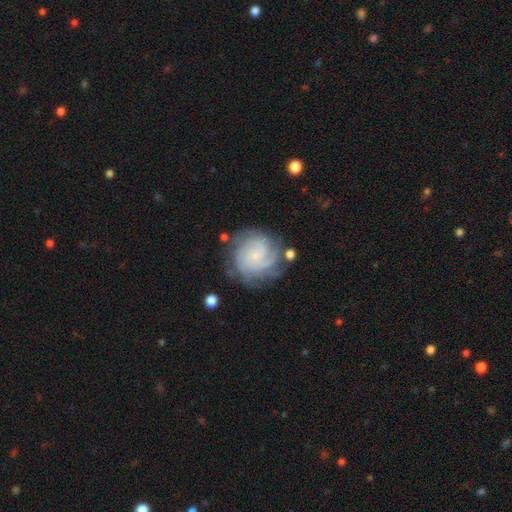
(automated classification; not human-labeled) Smooth or featured? Predicted: featured or disk (p=0.82). Edge-on disk? Predicted: no (p=0.98). Bar? Predicted: no (p=0.70). Spiral arms? Predicted: yes (p=0.96). Spiral winding? Predicted: tight (p=0.70). Spiral arm count? Predicted: 3 (p=0.27, tied with can't tell). Bulge size? Predicted: small (p=0.73). Merging? Predicted: none (p=0.72).